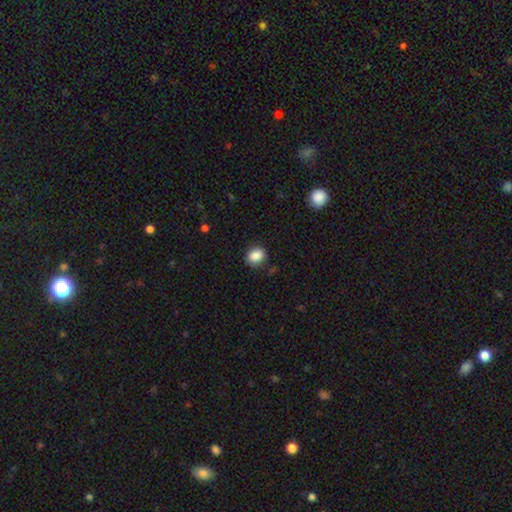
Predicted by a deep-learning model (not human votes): Smooth or featured? Predicted: smooth (p=0.87). How rounded? Predicted: round (p=0.57). Merging? Predicted: none (p=0.86).